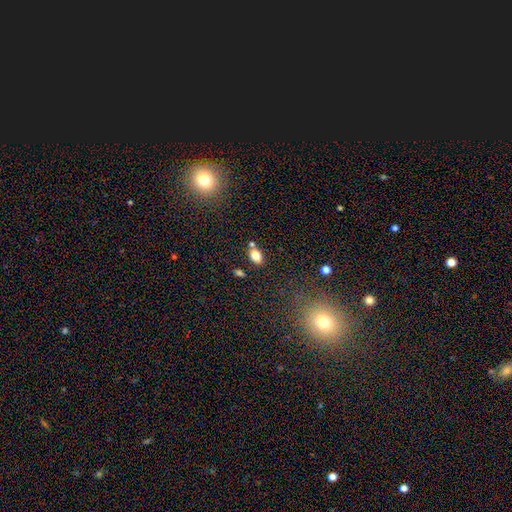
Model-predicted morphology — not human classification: smooth_or_featured: smooth (p=0.81) [alt: star or artifact p=0.11]
how_rounded: in between (p=0.83) [alt: round p=0.15]
merging: none (p=0.70) [alt: merger p=0.14]